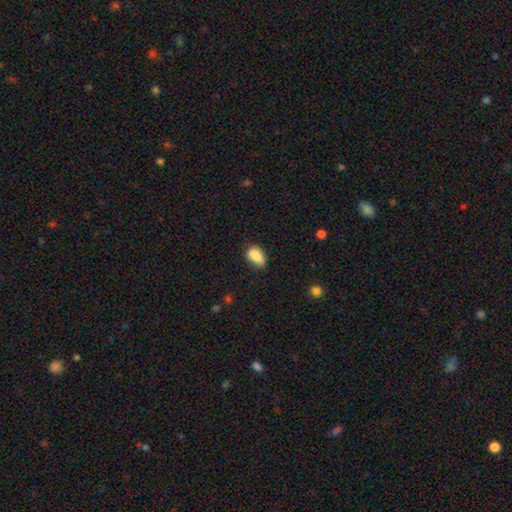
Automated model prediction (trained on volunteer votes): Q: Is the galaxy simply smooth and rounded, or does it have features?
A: smooth — 82%.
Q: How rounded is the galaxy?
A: in between — 87%.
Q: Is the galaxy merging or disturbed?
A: none — 55%.